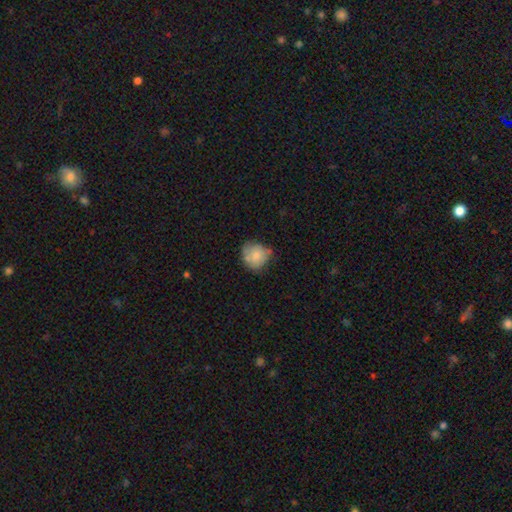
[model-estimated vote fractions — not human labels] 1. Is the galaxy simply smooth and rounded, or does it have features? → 73% smooth, 19% featured or disk, 8% star or artifact.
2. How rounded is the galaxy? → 82% round, 17% in between, 1% cigar-shaped.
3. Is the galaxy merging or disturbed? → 55% none, 32% minor disturbance, 8% major disturbance, 4% merger.